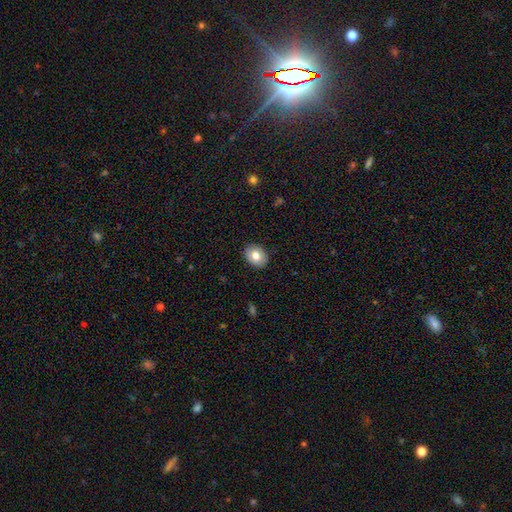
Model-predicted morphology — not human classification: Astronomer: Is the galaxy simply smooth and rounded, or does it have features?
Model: smooth — 76%.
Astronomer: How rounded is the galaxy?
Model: in between — 59% (runner-up: round, 40%).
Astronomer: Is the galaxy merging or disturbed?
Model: none — 89%.